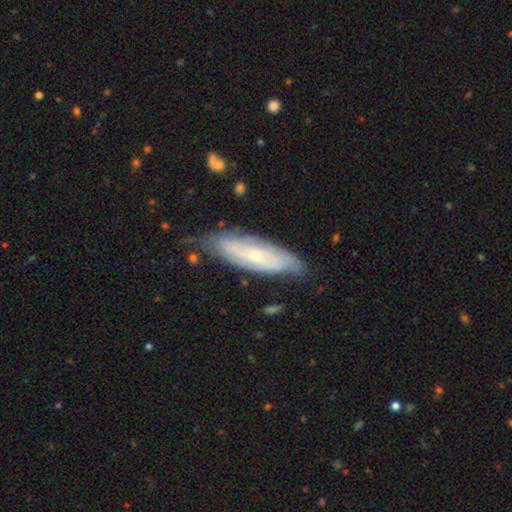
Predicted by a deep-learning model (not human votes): Smooth or featured? featured or disk (61%)
Edge-on disk? no (72%)
Merging? none (72%)